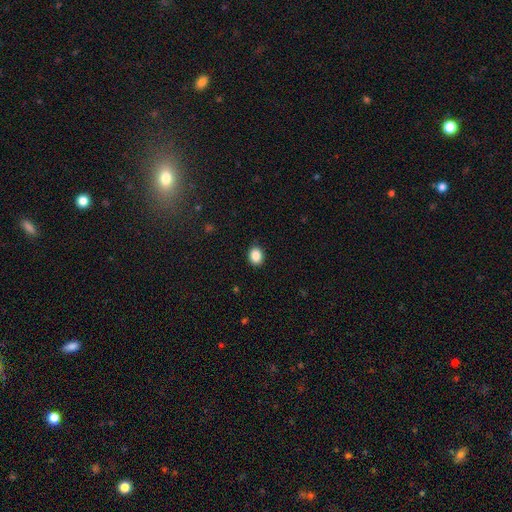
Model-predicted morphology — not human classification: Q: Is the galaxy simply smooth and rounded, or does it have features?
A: smooth — 88%.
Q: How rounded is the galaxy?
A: in between — 51%.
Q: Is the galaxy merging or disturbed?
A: none — 89%.